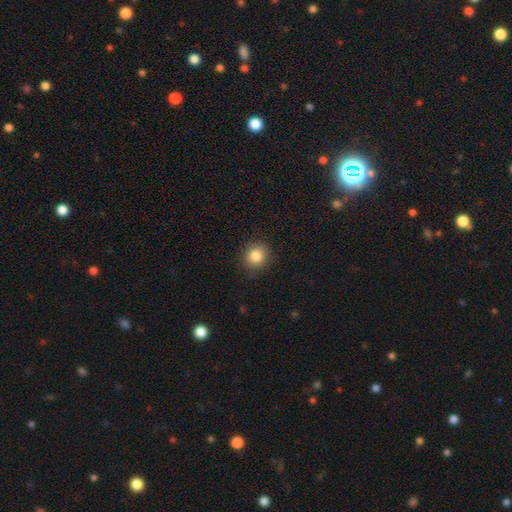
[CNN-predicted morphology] A smooth galaxy with no disk features (85%) that is round (86%). Merging: none (89%).